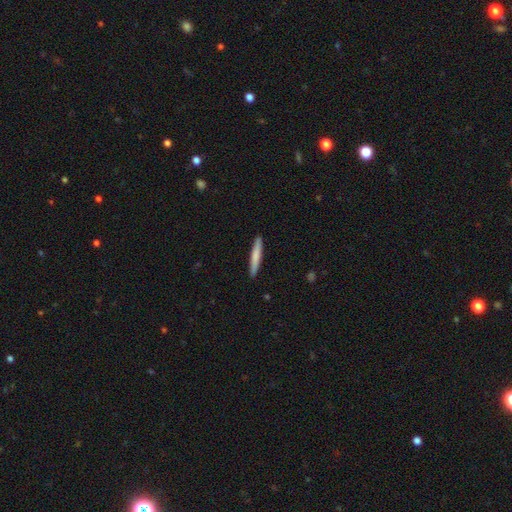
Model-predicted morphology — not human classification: Q: Smooth or featured?
A: smooth (73%); runner-up: featured or disk (22%)
Q: How rounded?
A: cigar-shaped (95%); runner-up: in between (4%)
Q: Merging?
A: none (91%); runner-up: minor disturbance (6%)